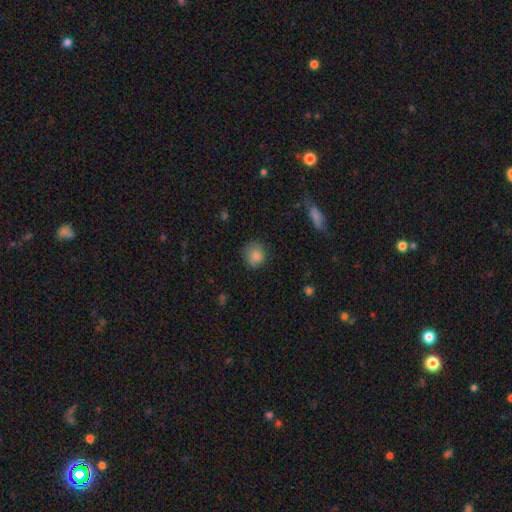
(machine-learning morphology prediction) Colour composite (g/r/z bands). It shows a smooth galaxy with no disk features (84%) that is round (81%). Merging: none (73%).